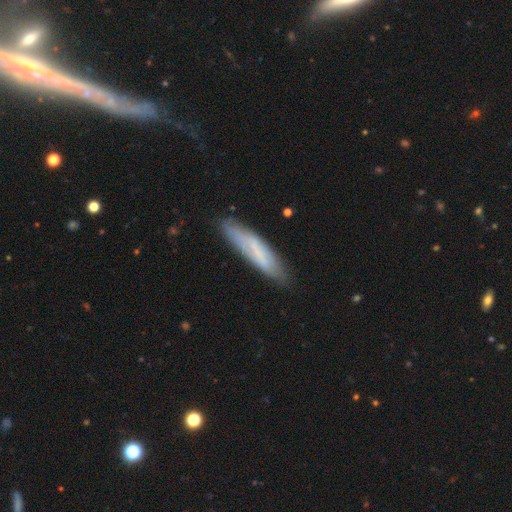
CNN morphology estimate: This is likely a smooth galaxy (65%). How rounded: clearly cigar-shaped (81%). Merging: likely none (78%).